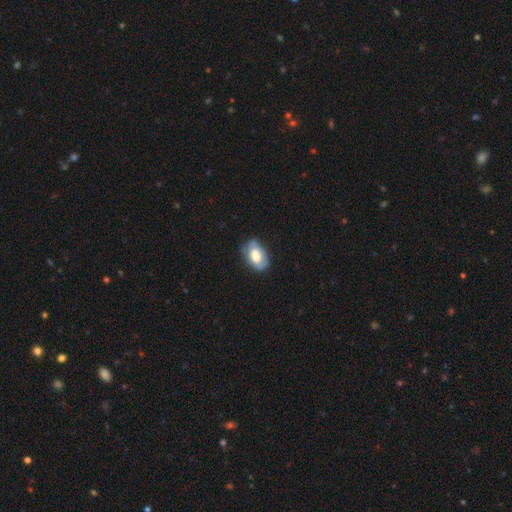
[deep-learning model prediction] This is likely a smooth galaxy (65%). How rounded: clearly in between (89%). Merging: likely none (64%).